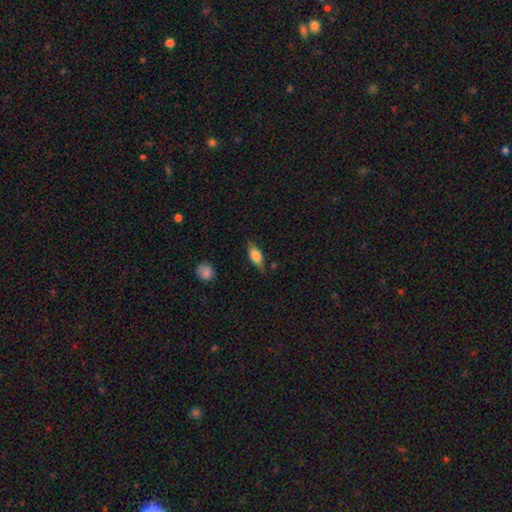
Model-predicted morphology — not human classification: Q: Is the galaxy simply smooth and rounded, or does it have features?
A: smooth — 68%.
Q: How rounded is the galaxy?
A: in between — 78%.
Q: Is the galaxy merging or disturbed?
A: none — 74%.